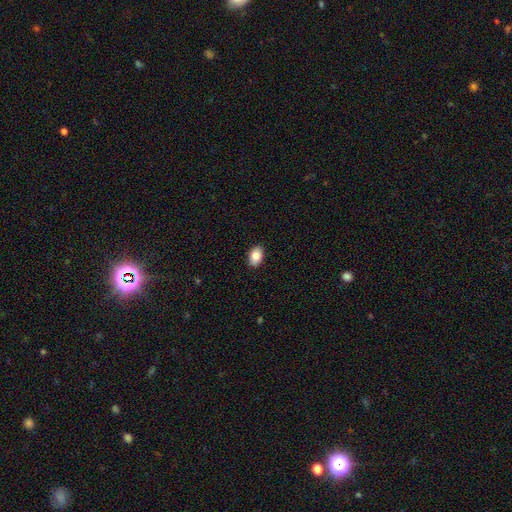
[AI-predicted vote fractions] A smooth galaxy with no disk features (85%) that is in between round and cigar-shaped (88%). Merging: none (90%).